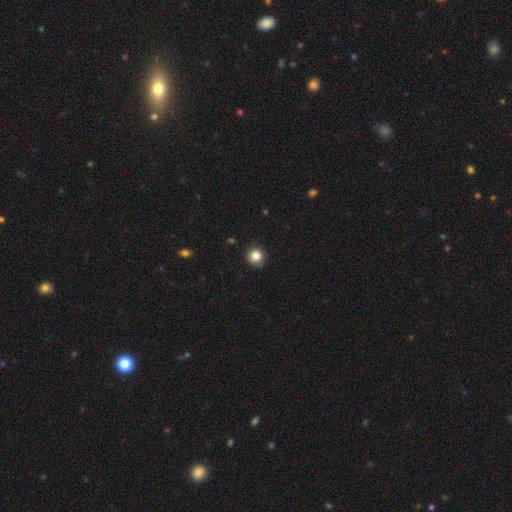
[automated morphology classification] This is clearly a smooth galaxy (84%). How rounded: clearly round (92%). Merging: clearly none (87%).